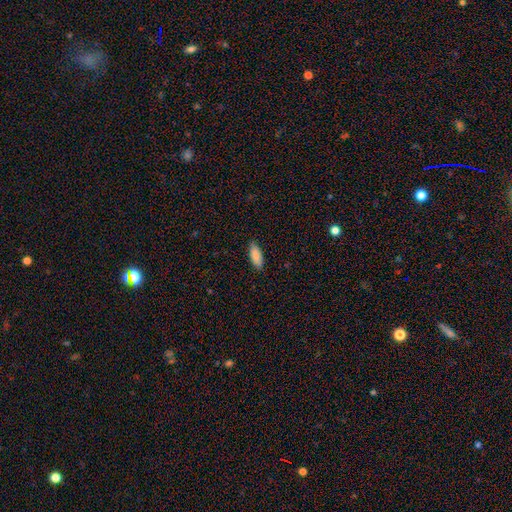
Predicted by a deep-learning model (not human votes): Smooth or featured: smooth — 89% (star or artifact — 6%)
How rounded: in between — 75% (cigar-shaped — 24%)
Merging: none — 87% (minor disturbance — 10%)